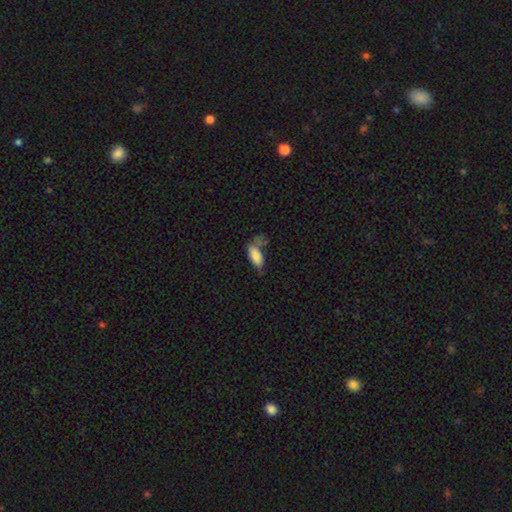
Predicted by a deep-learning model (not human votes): Smooth or featured? Predicted: smooth (p=0.81). How rounded? Predicted: in between (p=0.86). Merging? Predicted: none (p=0.35).